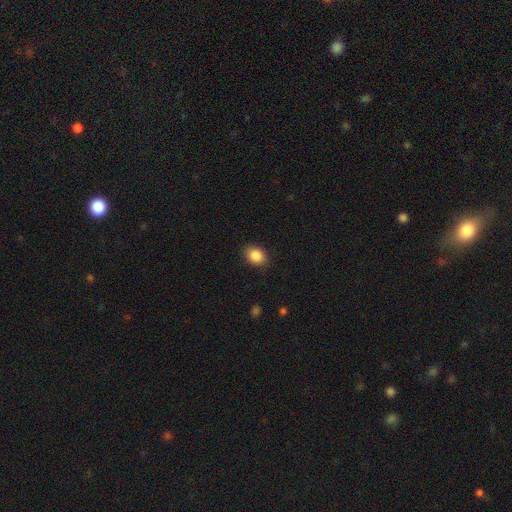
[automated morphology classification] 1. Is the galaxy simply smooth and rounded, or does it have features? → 86% smooth, 9% star or artifact, 5% featured or disk.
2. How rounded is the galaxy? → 57% in between, 42% round, 1% cigar-shaped.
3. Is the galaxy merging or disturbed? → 86% none, 11% minor disturbance, 3% major disturbance, 1% merger.